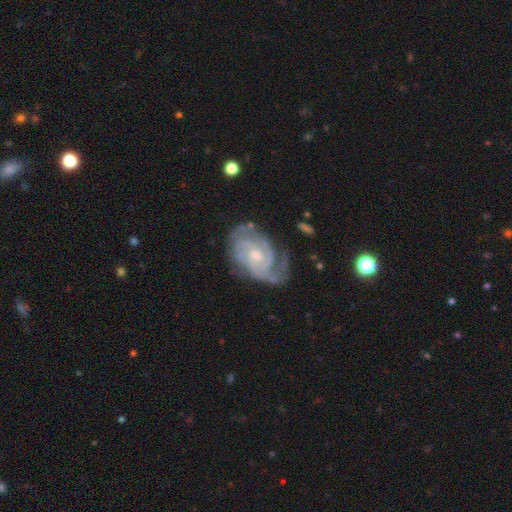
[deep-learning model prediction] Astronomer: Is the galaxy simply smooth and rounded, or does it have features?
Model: featured or disk — 88%.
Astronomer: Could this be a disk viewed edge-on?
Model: no — 97%.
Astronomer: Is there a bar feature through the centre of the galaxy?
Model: no — 57% (runner-up: weak, 36%).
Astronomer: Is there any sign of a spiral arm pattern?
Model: yes — 97%.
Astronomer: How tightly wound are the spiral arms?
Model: tight — 64%.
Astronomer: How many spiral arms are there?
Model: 2 — 36% (runner-up: 3, 24%).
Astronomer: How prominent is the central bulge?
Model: small — 49% (runner-up: moderate, 45%).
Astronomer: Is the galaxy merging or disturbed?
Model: none — 63%.